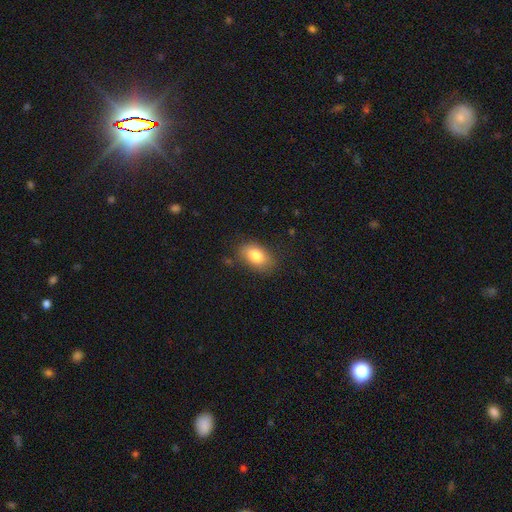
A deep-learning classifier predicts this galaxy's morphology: smooth 82%, featured or disk 10%, star or artifact 8%. Down the decision tree: how rounded — in between (88%); merging — none (79%).